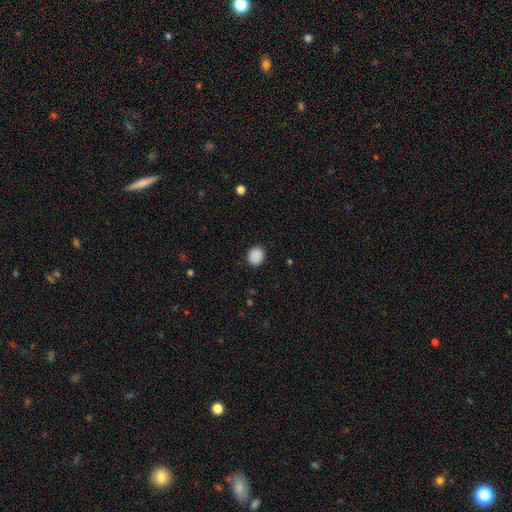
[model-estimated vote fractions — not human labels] Morphology: type=smooth (89%); roundness=round (69%); merging=none (88%).